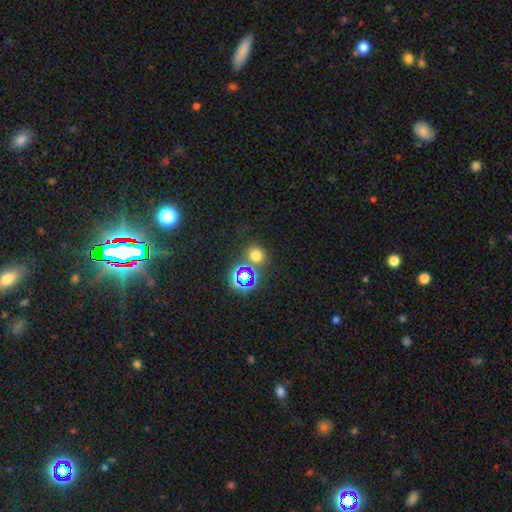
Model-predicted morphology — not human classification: This is likely a smooth galaxy (63%). How rounded: clearly round (85%). Merging: likely none (71%).